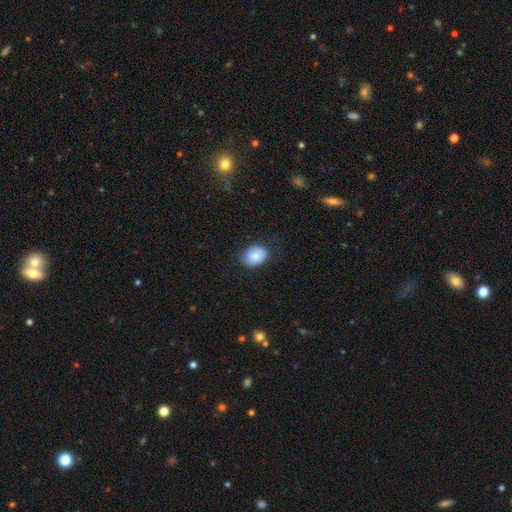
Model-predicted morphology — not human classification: smooth 84%, featured or disk 8%, star or artifact 7%. Down the decision tree: how rounded — in between (65%); merging — none (78%).